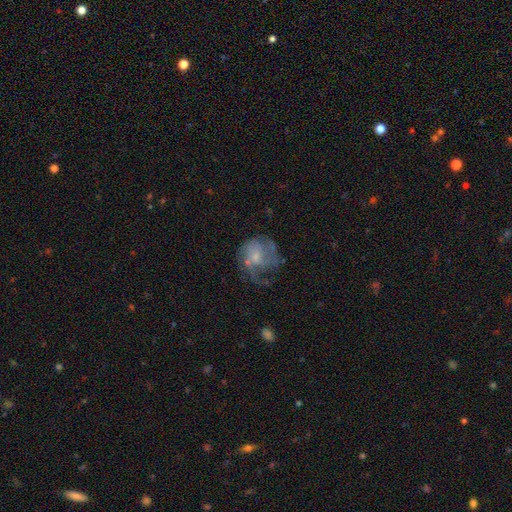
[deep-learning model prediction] Q: Smooth or featured?
A: featured or disk (59%); runner-up: smooth (31%)
Q: Edge-on disk?
A: no (98%); runner-up: yes (2%)
Q: Bar?
A: no (74%); runner-up: weak (23%)
Q: Spiral arms?
A: yes (65%); runner-up: no (35%)
Q: Bulge size?
A: small (47%); runner-up: moderate (31%)
Q: Merging?
A: major disturbance (38%); runner-up: none (37%)